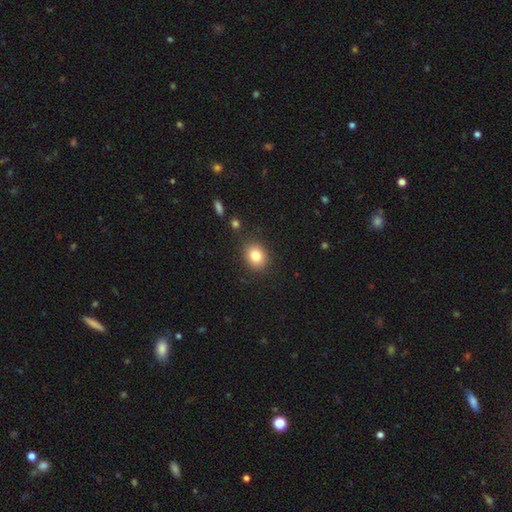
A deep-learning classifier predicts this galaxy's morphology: smooth-or-featured: smooth: 82% | star or artifact: 10% | featured or disk: 8%
  how-rounded: round: 59% | in between: 40% | cigar-shaped: 1%
  merging: none: 85% | minor disturbance: 10% | major disturbance: 3% | merger: 3%